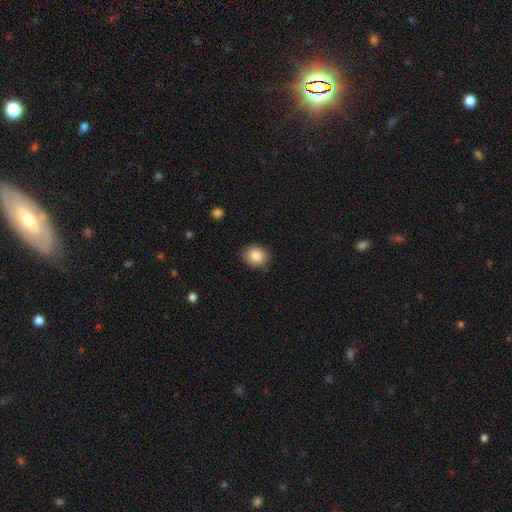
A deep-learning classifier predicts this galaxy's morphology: A smooth galaxy with no disk features (87%) that is round (56%).

Vote fractions:
- Smooth or featured? smooth: 87% / star or artifact: 8% / featured or disk: 5%
- How rounded? round: 56% / in between: 43% / cigar-shaped: 1%
- Merging? none: 83% / minor disturbance: 13% / major disturbance: 3% / merger: 1%